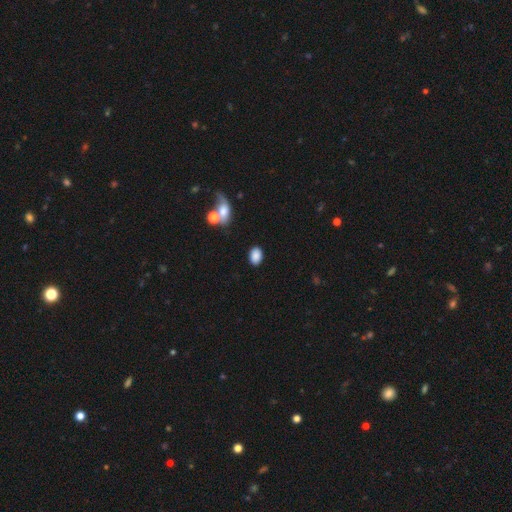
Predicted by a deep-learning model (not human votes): This appears to be a smooth galaxy with no disk features (86%) that is in between round and cigar-shaped (82%). Merging: none (83%).